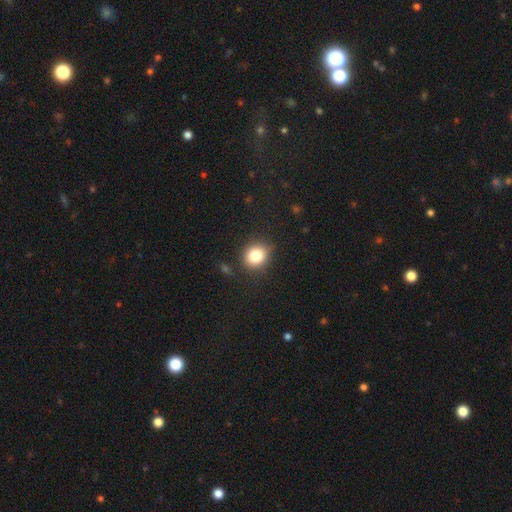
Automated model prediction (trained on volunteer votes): A smooth galaxy with no disk features (83%) that is round (80%). Merging: none (85%).